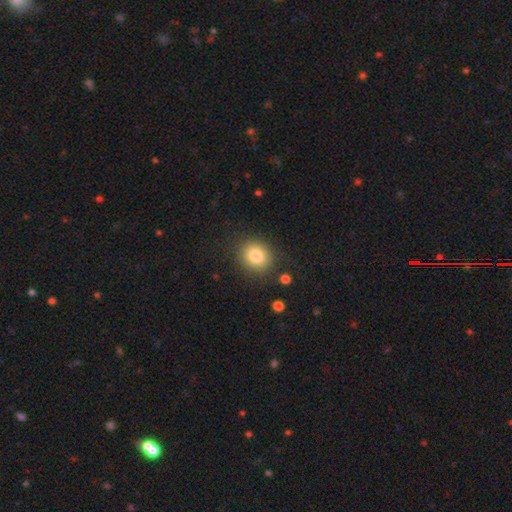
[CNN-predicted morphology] Q: Smooth or featured?
A: smooth (83%); runner-up: star or artifact (10%)
Q: How rounded?
A: round (76%); runner-up: in between (23%)
Q: Merging?
A: none (85%); runner-up: minor disturbance (9%)